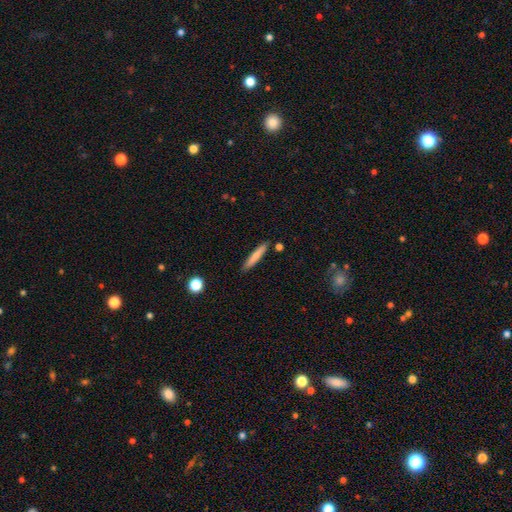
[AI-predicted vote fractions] smooth_or_featured: smooth (p=0.74) [alt: featured or disk p=0.20]
how_rounded: cigar-shaped (p=0.93) [alt: in between p=0.06]
merging: none (p=0.87) [alt: minor disturbance p=0.09]